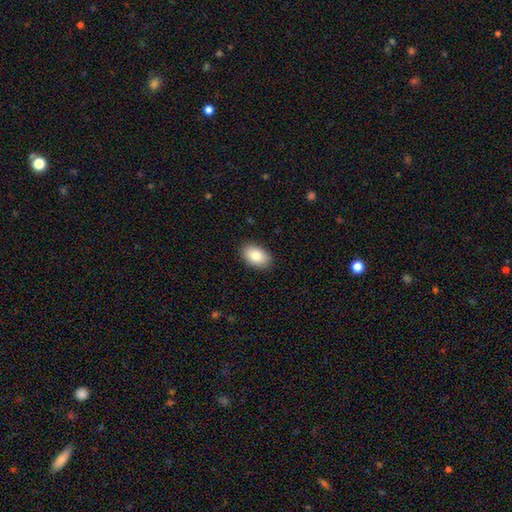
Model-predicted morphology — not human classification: smooth 84%, featured or disk 9%, star or artifact 7%. Down the decision tree: how rounded — in between (90%); merging — none (88%).